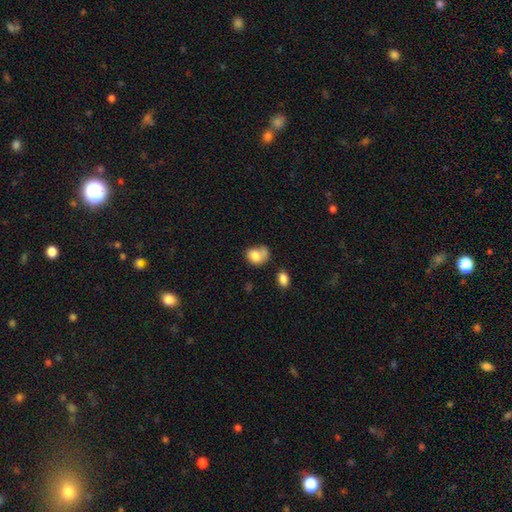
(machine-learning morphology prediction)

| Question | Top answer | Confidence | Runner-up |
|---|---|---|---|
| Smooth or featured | smooth | 77% | featured or disk (15%) |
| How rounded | in between | 53% | round (46%) |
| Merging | none | 34% | minor disturbance (26%) |